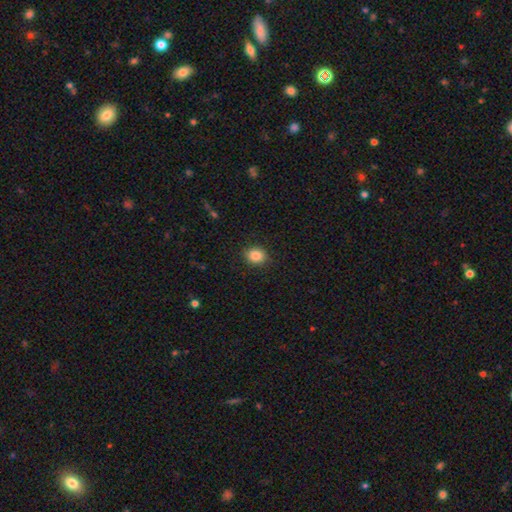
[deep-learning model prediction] Smooth or featured? smooth (86%)
How rounded? round (57%)
Merging? none (88%)